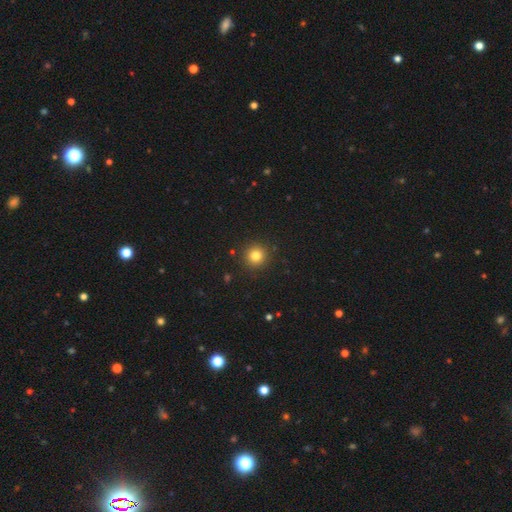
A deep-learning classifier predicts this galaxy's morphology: type=smooth (81%); roundness=round (95%); merging=none (92%).